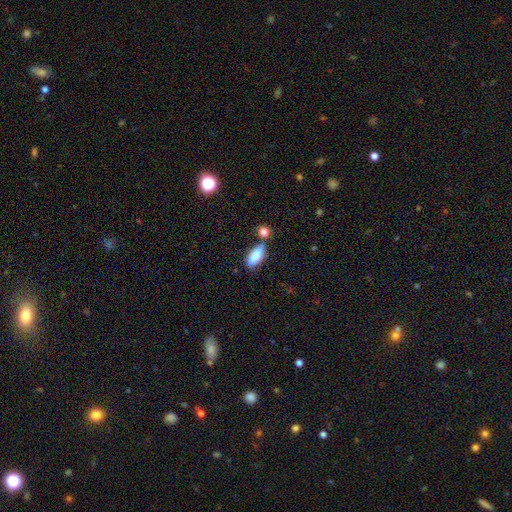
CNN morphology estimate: A smooth galaxy with no disk features (86%) that is in between round and cigar-shaped (79%).

Vote fractions:
- Smooth or featured? smooth: 86% / featured or disk: 8% / star or artifact: 7%
- How rounded? in between: 79% / cigar-shaped: 18% / round: 3%
- Merging? none: 66% / merger: 17% / minor disturbance: 14% / major disturbance: 4%